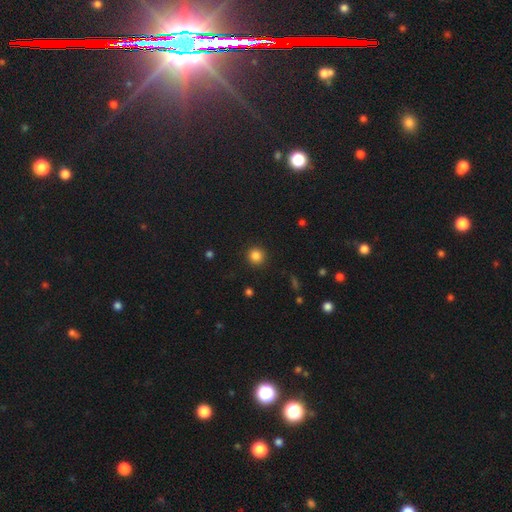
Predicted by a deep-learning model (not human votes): The model was most divided on "smooth or featured": smooth: 84%, star or artifact: 12%, featured or disk: 4%. More confident: how rounded — round (94%); merging — none (92%).